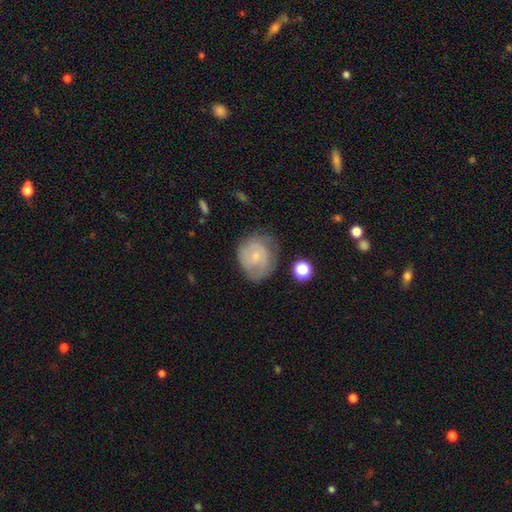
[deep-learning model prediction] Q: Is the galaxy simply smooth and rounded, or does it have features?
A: smooth — 49%.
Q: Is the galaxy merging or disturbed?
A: none — 60%.